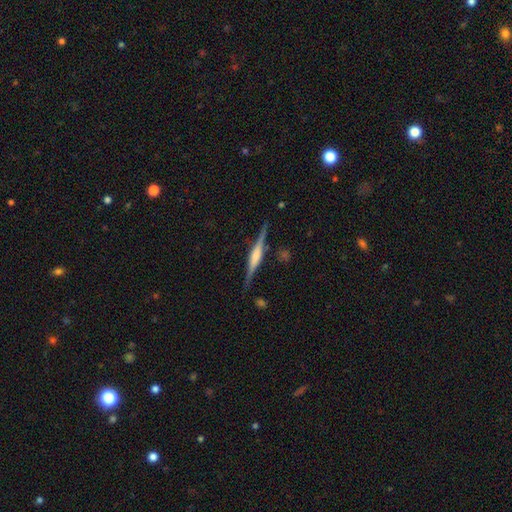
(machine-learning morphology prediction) This appears to be a featured or disk galaxy (78%) viewed edge-on (98%) with a rounded central bulge (57%). Merging: none (85%).